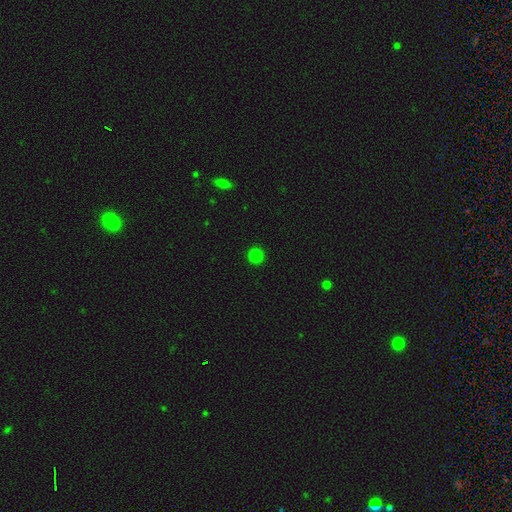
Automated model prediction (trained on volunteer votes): Smooth or featured? Predicted: smooth (p=0.83). How rounded? Predicted: round (p=0.93). Merging? Predicted: none (p=0.93).